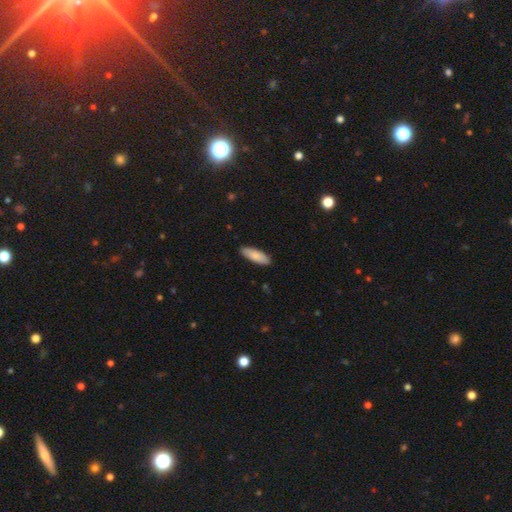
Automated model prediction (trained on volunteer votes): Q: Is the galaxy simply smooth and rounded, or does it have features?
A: smooth — 86%.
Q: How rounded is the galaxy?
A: in between — 63%.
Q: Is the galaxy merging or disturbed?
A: none — 89%.